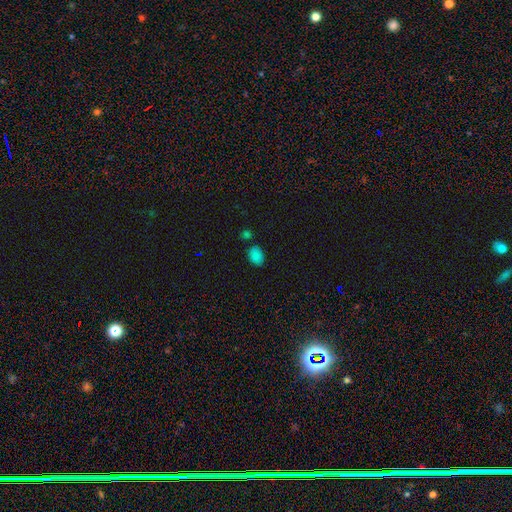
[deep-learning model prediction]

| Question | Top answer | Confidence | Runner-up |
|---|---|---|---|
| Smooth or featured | smooth | 81% | star or artifact (15%) |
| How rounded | in between | 76% | round (23%) |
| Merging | none | 73% | minor disturbance (16%) |